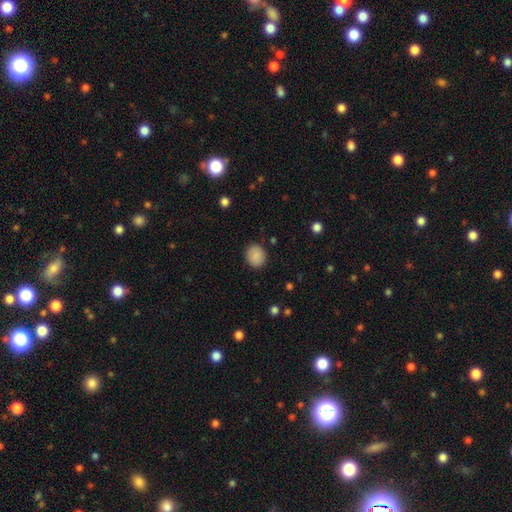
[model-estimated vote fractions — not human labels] Smooth or featured: smooth — 87% (star or artifact — 8%)
How rounded: round — 78% (in between — 21%)
Merging: none — 88% (minor disturbance — 8%)